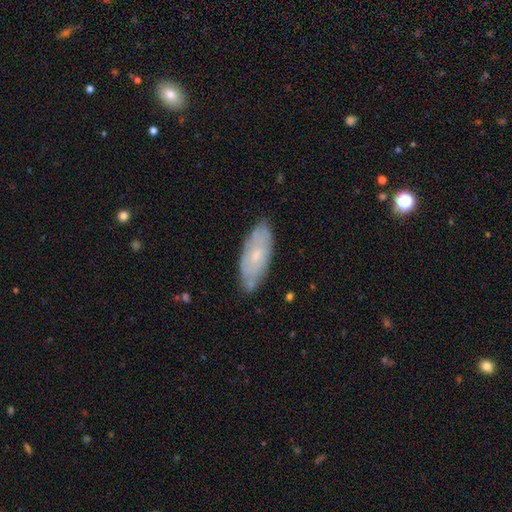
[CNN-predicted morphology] Smooth or featured?
  - smooth: 49% *
  - featured or disk: 44%
  - star or artifact: 7%
Merging?
  - none: 75% *
  - minor disturbance: 19%
  - major disturbance: 3%
  - merger: 2%